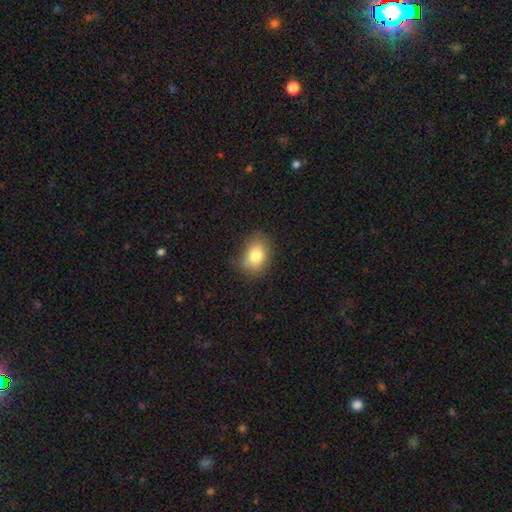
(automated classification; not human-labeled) A smooth galaxy with no disk features (80%) that is in between round and cigar-shaped (74%).

Vote fractions:
- Smooth or featured? smooth: 80% / featured or disk: 11% / star or artifact: 9%
- How rounded? in between: 74% / round: 24% / cigar-shaped: 1%
- Merging? none: 74% / minor disturbance: 20% / major disturbance: 5% / merger: 2%